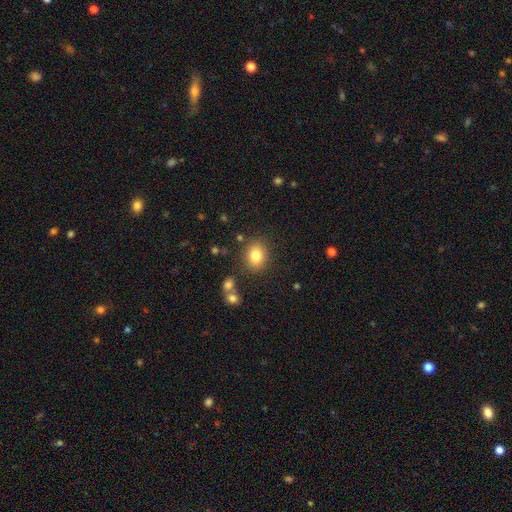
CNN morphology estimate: Smooth or featured? smooth (81%)
How rounded? round (51%)
Merging? none (83%)